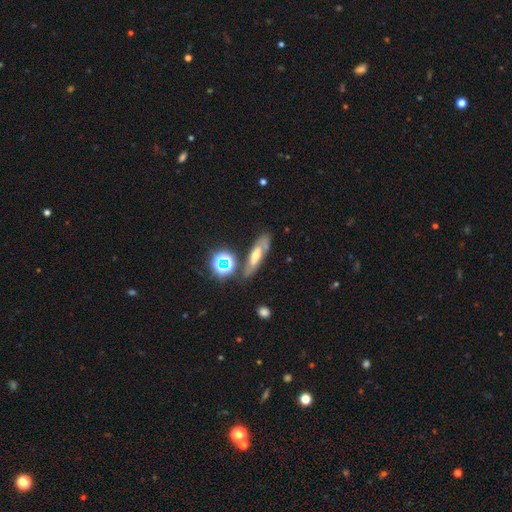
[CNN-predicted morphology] Overall: featured or disk (40%; smooth 39%). Merging: none (71%).